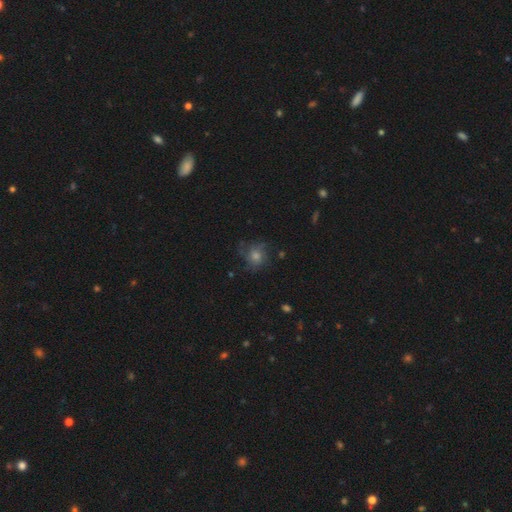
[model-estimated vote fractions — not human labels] A featured or disk galaxy (46%). Merging: none (67%).